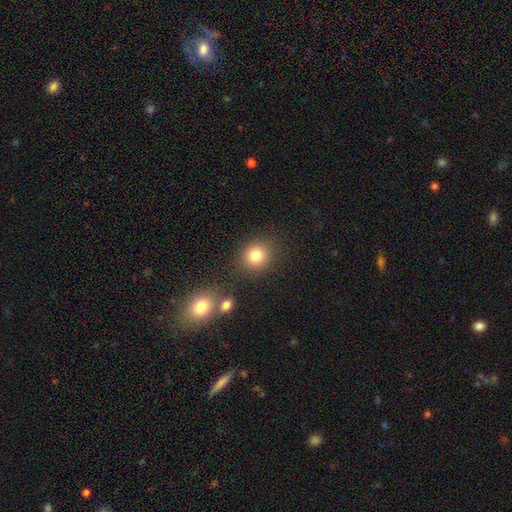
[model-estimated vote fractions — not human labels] smooth 82%, star or artifact 12%, featured or disk 7%. Down the decision tree: how rounded — round (79%); merging — none (80%).